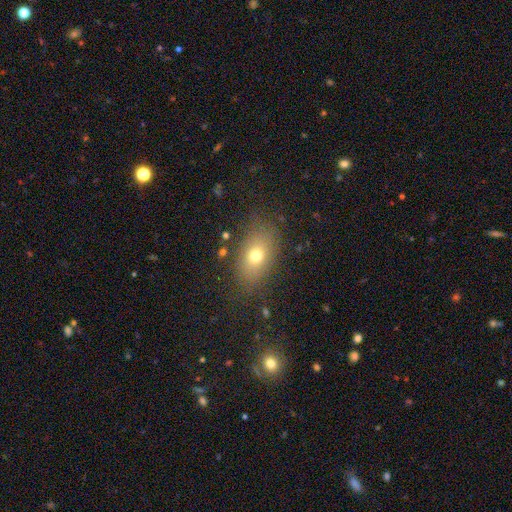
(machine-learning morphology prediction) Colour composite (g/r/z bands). It shows a smooth galaxy with no disk features (70%) that is in between round and cigar-shaped (81%). Merging: none (79%).